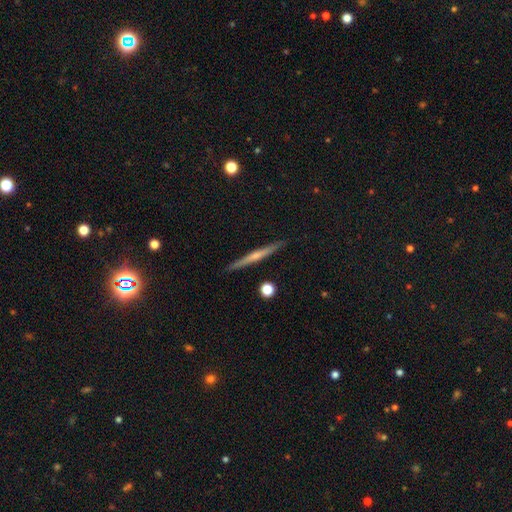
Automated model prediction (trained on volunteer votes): This is possibly a featured or disk galaxy (59%). It is clearly viewed edge-on (97%). Edge-on bulge: possibly rounded (48%). Merging: clearly none (90%).